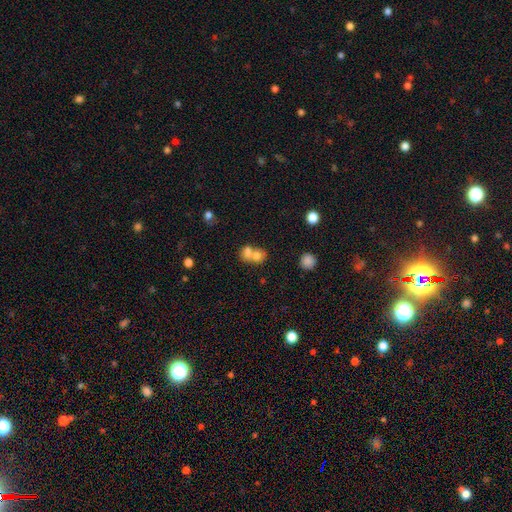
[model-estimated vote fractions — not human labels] smooth-or-featured: smooth: 71% | featured or disk: 17% | star or artifact: 12%
  how-rounded: round: 56% | in between: 43% | cigar-shaped: 1%
  merging: merger: 63% | none: 26% | minor disturbance: 6% | major disturbance: 4%